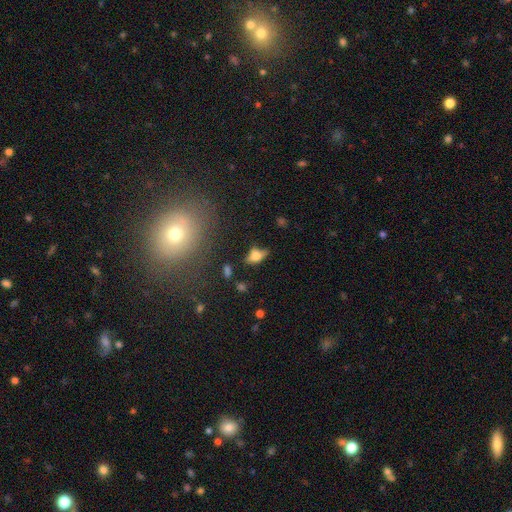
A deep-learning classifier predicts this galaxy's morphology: smooth_or_featured: smooth (p=0.57) [alt: featured or disk p=0.31]
how_rounded: in between (p=0.78) [alt: cigar-shaped p=0.11]
merging: none (p=0.54) [alt: minor disturbance p=0.27]